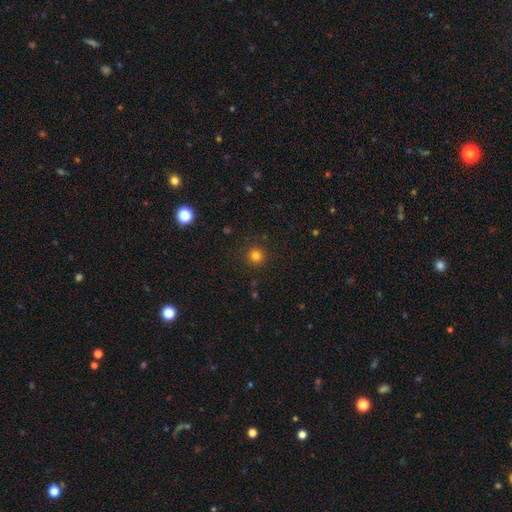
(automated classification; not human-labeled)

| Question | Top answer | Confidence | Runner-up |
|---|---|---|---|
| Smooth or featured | smooth | 80% | star or artifact (15%) |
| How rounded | round | 94% | in between (5%) |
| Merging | none | 90% | minor disturbance (6%) |